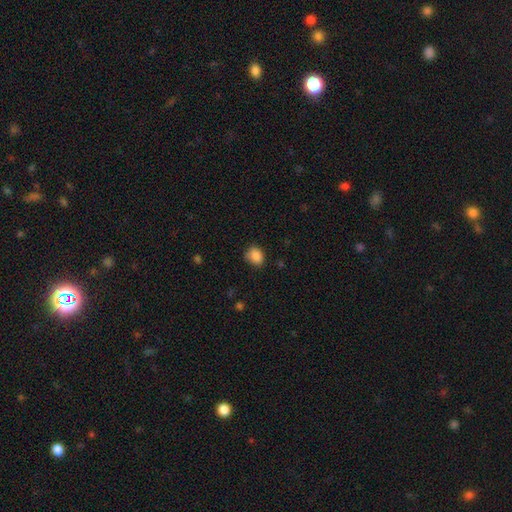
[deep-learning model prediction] A smooth galaxy with no disk features (86%) that is in between round and cigar-shaped (61%). Merging: none (71%).